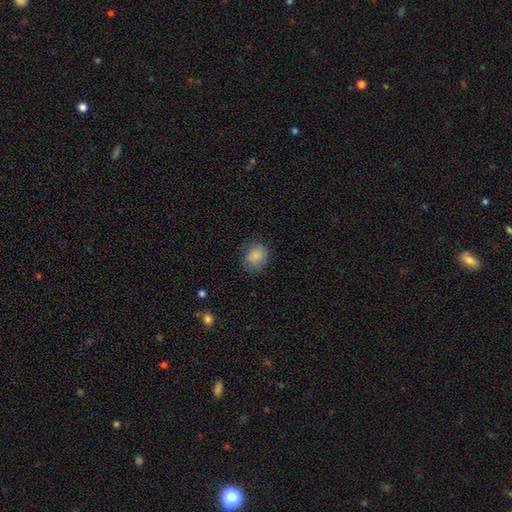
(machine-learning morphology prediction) type=smooth (86%); roundness=round (67%); merging=none (78%).